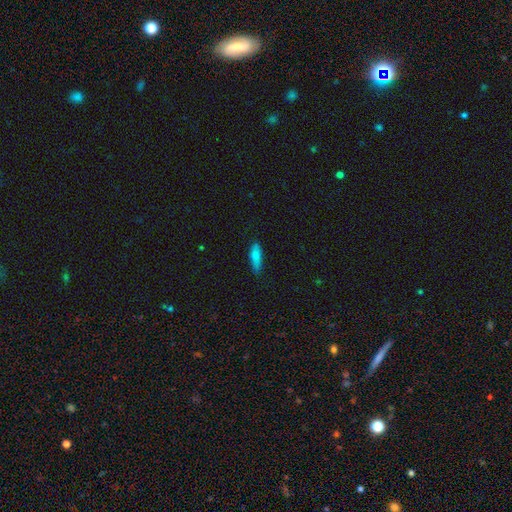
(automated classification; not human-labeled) Smooth or featured?
  - smooth: 75% *
  - featured or disk: 18%
  - star or artifact: 7%
How rounded?
  - cigar-shaped: 56% *
  - in between: 42%
  - round: 2%
Merging?
  - none: 77% *
  - minor disturbance: 19%
  - major disturbance: 3%
  - merger: 1%